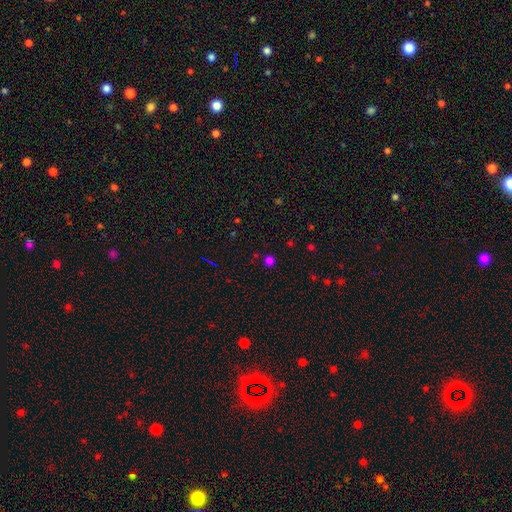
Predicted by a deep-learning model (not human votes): smooth_or_featured: smooth (p=0.69) [alt: star or artifact p=0.26]
how_rounded: round (p=0.92) [alt: in between p=0.07]
merging: none (p=0.87) [alt: minor disturbance p=0.07]